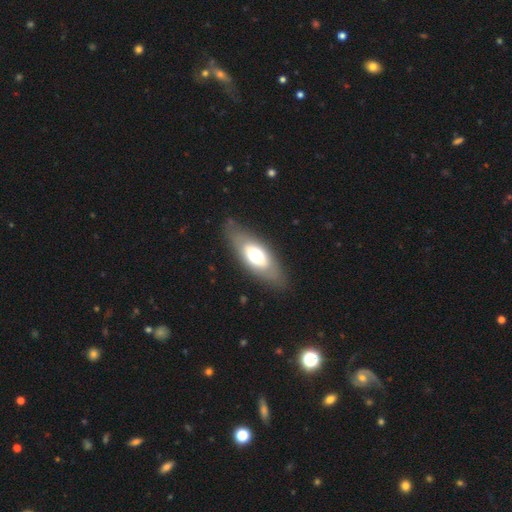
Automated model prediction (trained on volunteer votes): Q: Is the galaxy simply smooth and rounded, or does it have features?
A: smooth — 55%.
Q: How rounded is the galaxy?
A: in between — 79%.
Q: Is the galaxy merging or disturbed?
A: none — 81%.